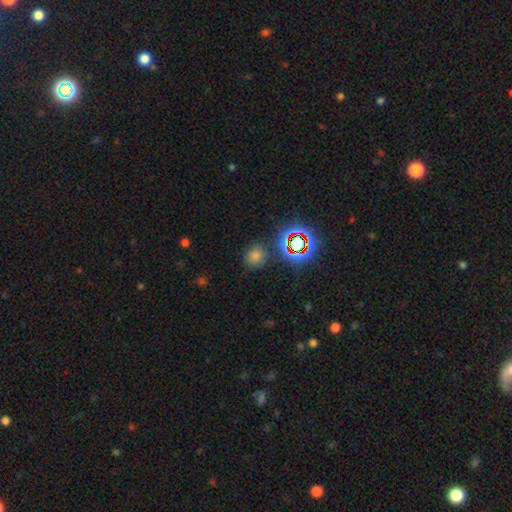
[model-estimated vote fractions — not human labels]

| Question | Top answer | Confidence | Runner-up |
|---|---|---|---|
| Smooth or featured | smooth | 56% | star or artifact (37%) |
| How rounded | round | 83% | in between (16%) |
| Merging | none | 82% | minor disturbance (10%) |